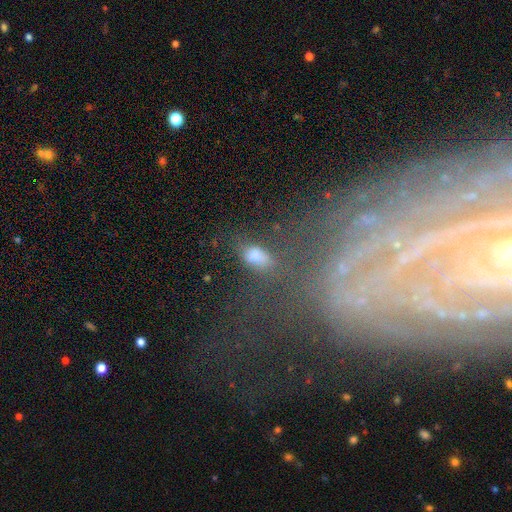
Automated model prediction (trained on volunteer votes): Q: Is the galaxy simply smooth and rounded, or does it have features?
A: smooth — 67%.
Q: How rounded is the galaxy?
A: in between — 77%.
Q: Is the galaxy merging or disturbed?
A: none — 47%.